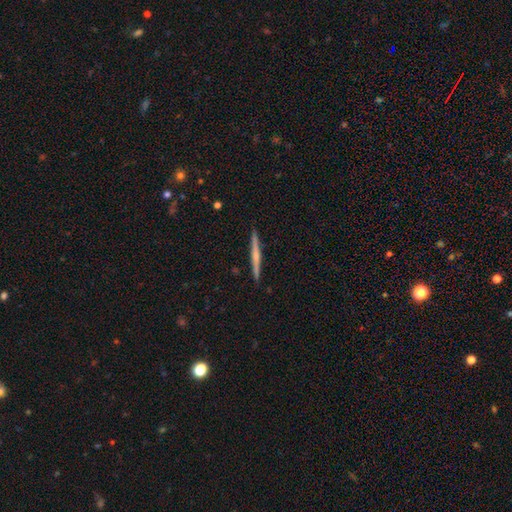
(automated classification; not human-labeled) smooth-or-featured: featured or disk: 65% | smooth: 30% | star or artifact: 6%
  disk-edge-on: yes: 98% | no: 2%
    edge-on-bulge: rounded: 53% | none: 37% | boxy: 10%
  merging: none: 92% | minor disturbance: 5% | major disturbance: 1% | merger: 1%